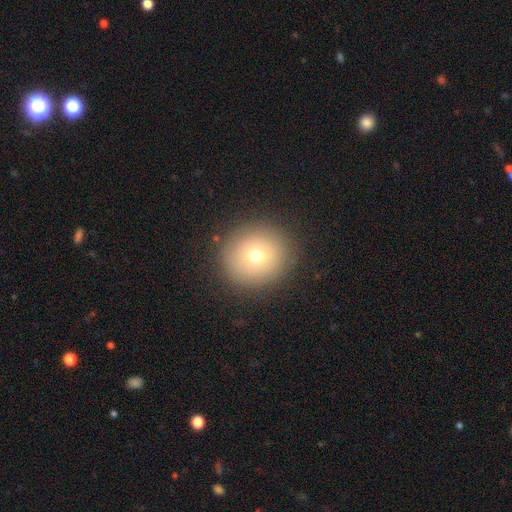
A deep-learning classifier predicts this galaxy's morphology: Smooth or featured: smooth — 70% (featured or disk — 18%)
How rounded: round — 89% (in between — 10%)
Merging: none — 88% (minor disturbance — 8%)